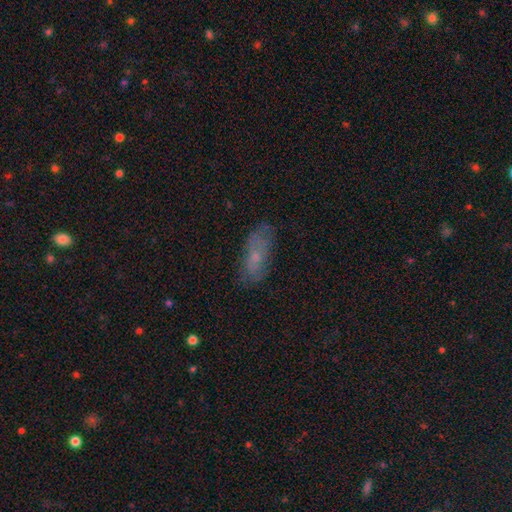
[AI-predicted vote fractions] This appears to be a smooth galaxy with no disk features (57%) that is in between round and cigar-shaped (74%). Merging: none (69%).